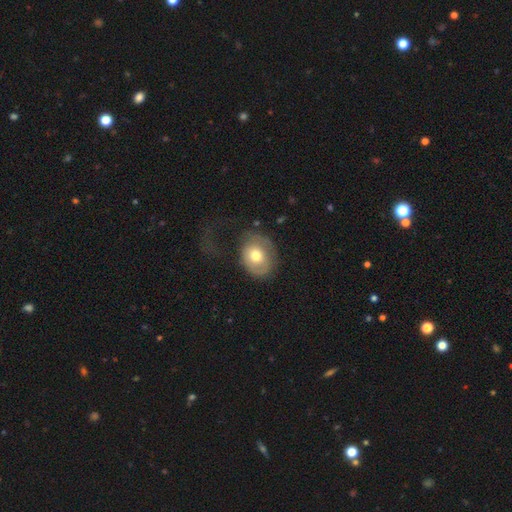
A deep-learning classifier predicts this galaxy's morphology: type=smooth (61%); roundness=in between (56%); merging=none (45%).